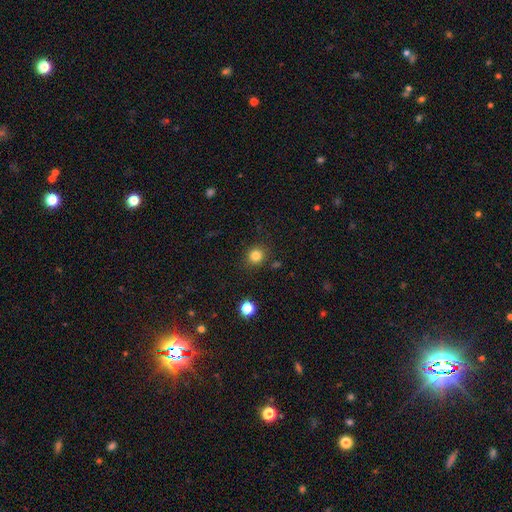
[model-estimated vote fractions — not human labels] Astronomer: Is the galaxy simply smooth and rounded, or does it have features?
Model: smooth — 82%.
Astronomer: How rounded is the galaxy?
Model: round — 89%.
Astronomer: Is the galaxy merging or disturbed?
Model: none — 88%.